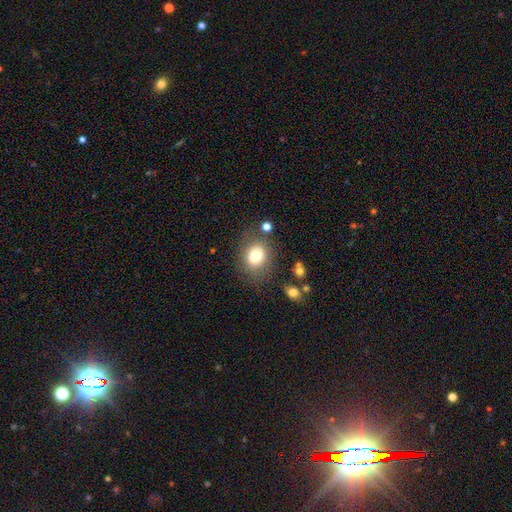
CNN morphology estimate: This appears to be a smooth galaxy with no disk features (76%) that is round (61%). Merging: none (75%).